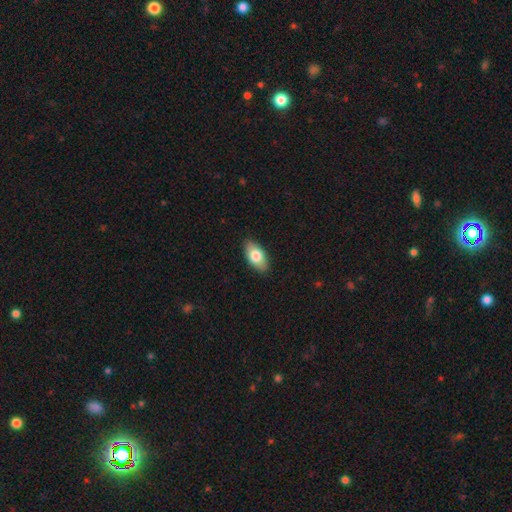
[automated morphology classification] Smooth or featured: smooth — 77% (featured or disk — 17%)
How rounded: in between — 92% (round — 4%)
Merging: none — 88% (minor disturbance — 9%)